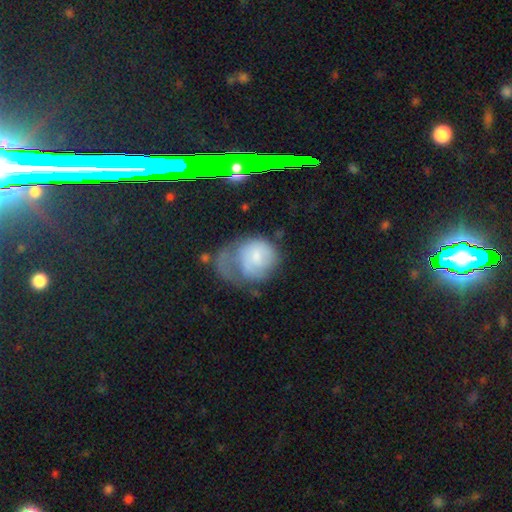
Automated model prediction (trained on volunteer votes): Smooth or featured? Predicted: smooth (p=0.54). How rounded? Predicted: round (p=0.66). Merging? Predicted: major disturbance (p=0.51).